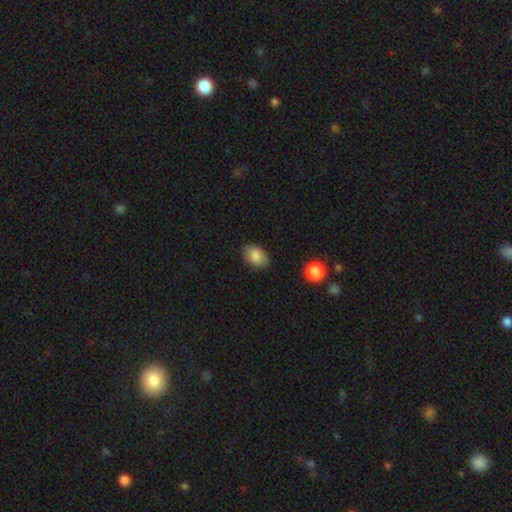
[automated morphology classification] Smooth or featured: smooth — 86% (star or artifact — 7%)
How rounded: in between — 83% (round — 16%)
Merging: none — 84% (minor disturbance — 12%)